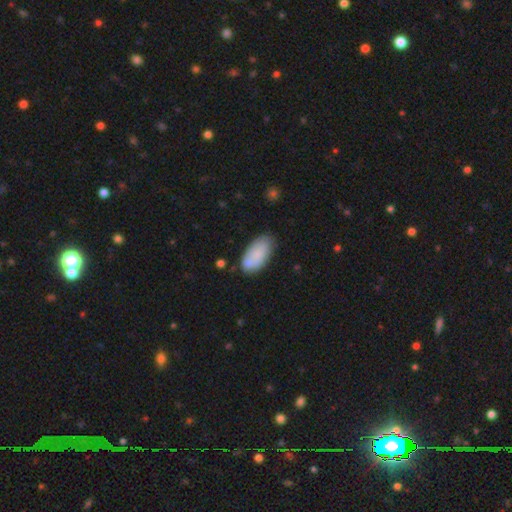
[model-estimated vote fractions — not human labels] Overall: smooth (76%). How rounded: in between (93%). Merging: none (63%).